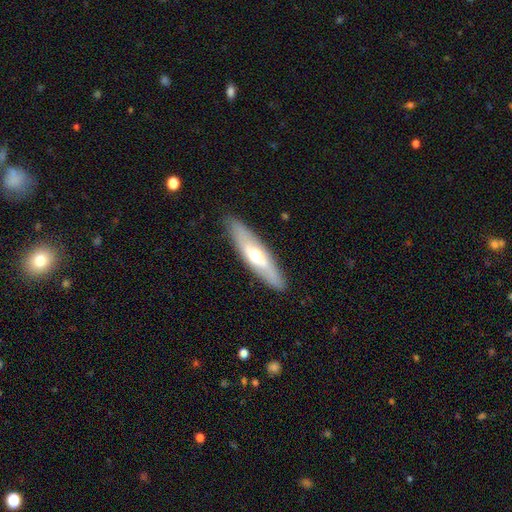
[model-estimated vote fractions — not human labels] A featured or disk galaxy (55%) viewed edge-on (54%).

Vote fractions:
- Smooth or featured? featured or disk: 55% / smooth: 40% / star or artifact: 5%
- Edge-on disk? yes: 54% / no: 46%
- Merging? none: 86% / minor disturbance: 10% / major disturbance: 3% / merger: 1%